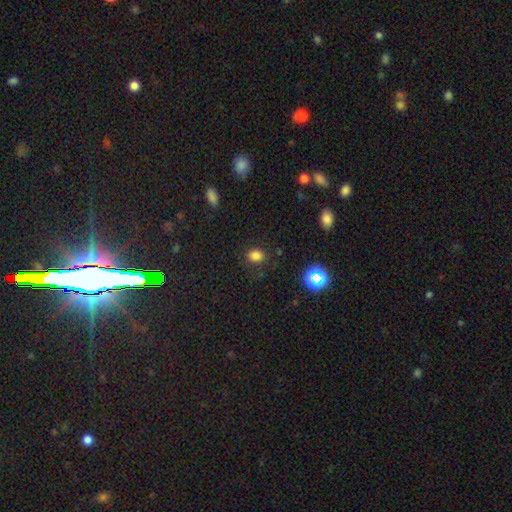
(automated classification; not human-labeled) smooth-or-featured: smooth: 78% | star or artifact: 17% | featured or disk: 5%
  how-rounded: in between: 51% | round: 47% | cigar-shaped: 1%
  merging: none: 83% | minor disturbance: 11% | major disturbance: 4% | merger: 2%